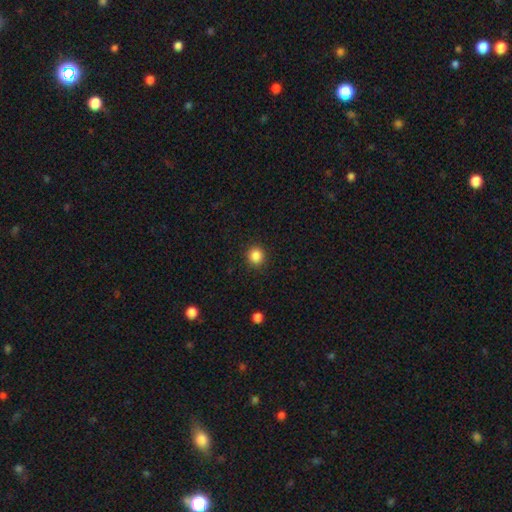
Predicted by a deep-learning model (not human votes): smooth_or_featured: smooth (p=0.86) [alt: star or artifact p=0.11]
how_rounded: round (p=0.92) [alt: in between p=0.07]
merging: none (p=0.91) [alt: minor disturbance p=0.06]